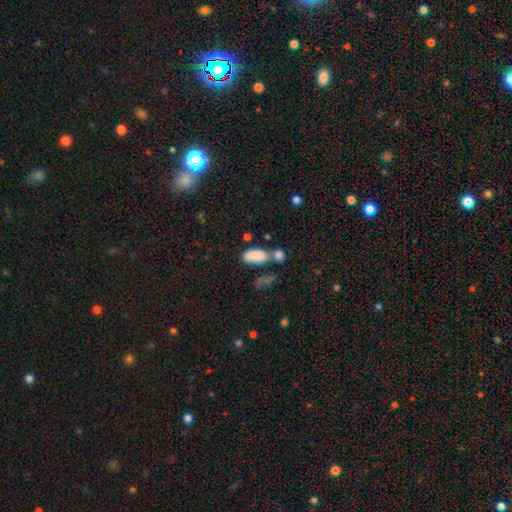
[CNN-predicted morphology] Q: Smooth or featured?
A: smooth (82%); runner-up: featured or disk (9%)
Q: How rounded?
A: in between (91%); runner-up: cigar-shaped (5%)
Q: Merging?
A: none (39%); runner-up: merger (35%)